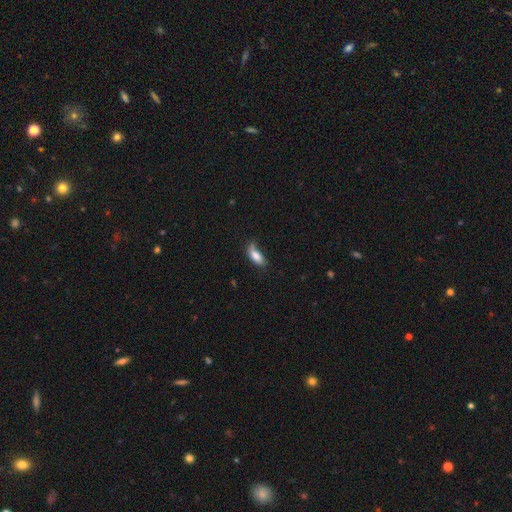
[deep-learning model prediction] A smooth galaxy with no disk features (81%) that is in between round and cigar-shaped (79%).

Vote fractions:
- Smooth or featured? smooth: 81% / featured or disk: 11% / star or artifact: 8%
- How rounded? in between: 79% / cigar-shaped: 19% / round: 3%
- Merging? none: 52% / minor disturbance: 32% / major disturbance: 11% / merger: 5%